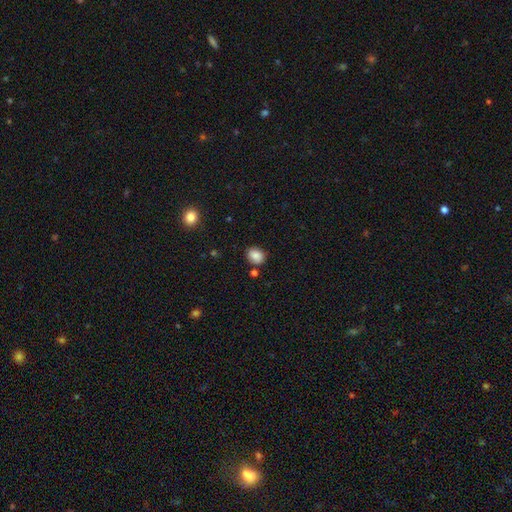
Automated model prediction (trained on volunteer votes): Morphology: type=smooth (85%); roundness=in between (51%); merging=none (79%).